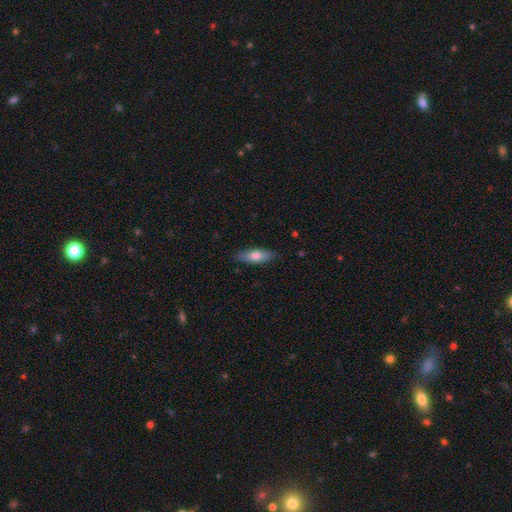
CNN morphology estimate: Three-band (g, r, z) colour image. It shows a smooth galaxy with no disk features (72%) that is in between round and cigar-shaped (68%). Merging: none (85%).